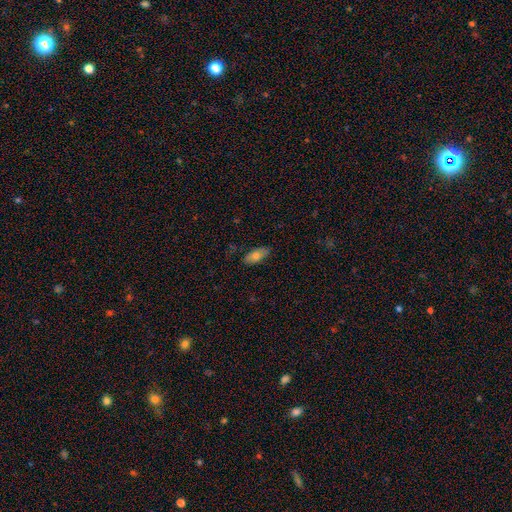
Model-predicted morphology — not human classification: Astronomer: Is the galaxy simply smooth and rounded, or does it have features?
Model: smooth — 71%.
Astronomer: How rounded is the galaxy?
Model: in between — 85%.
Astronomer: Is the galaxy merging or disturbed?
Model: none — 83%.